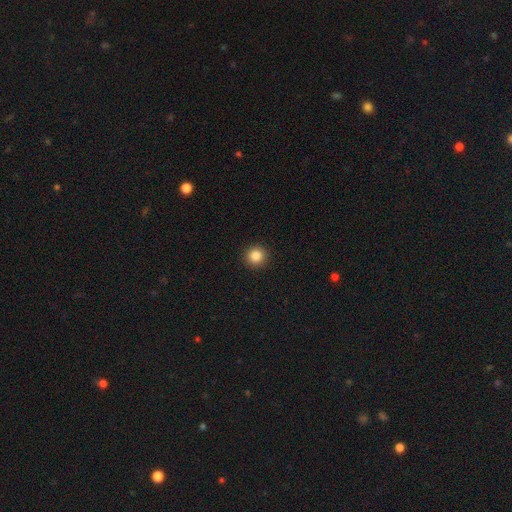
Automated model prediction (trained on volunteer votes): Smooth or featured: smooth — 85% (star or artifact — 11%)
How rounded: round — 94% (in between — 5%)
Merging: none — 93% (minor disturbance — 5%)